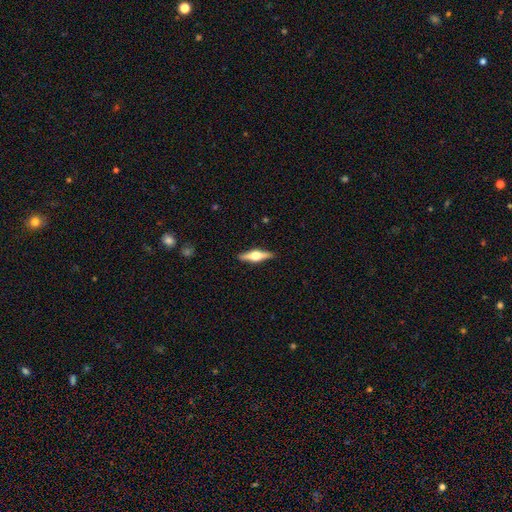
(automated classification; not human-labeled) Smooth or featured? featured or disk (70%)
Edge-on disk? yes (97%)
Edge-on bulge? rounded (95%)
Merging? none (90%)